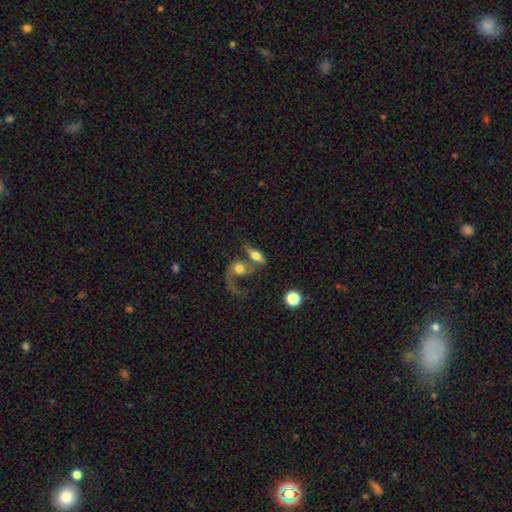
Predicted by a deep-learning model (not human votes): smooth-or-featured: featured or disk: 46% | smooth: 45% | star or artifact: 9%
  merging: merger: 60% | none: 20% | major disturbance: 13% | minor disturbance: 8%